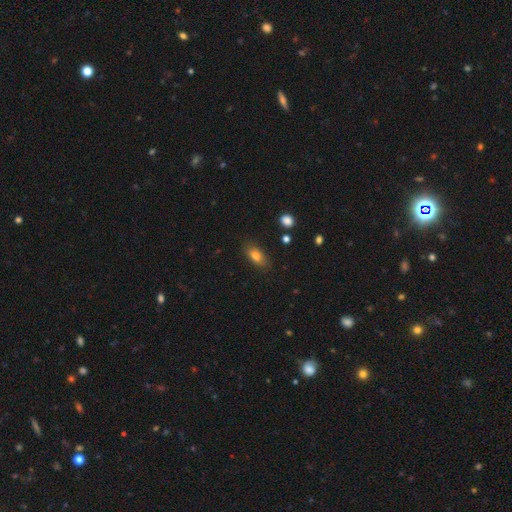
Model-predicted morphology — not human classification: Smooth or featured? Predicted: smooth (p=0.79). How rounded? Predicted: in between (p=0.84). Merging? Predicted: none (p=0.82).